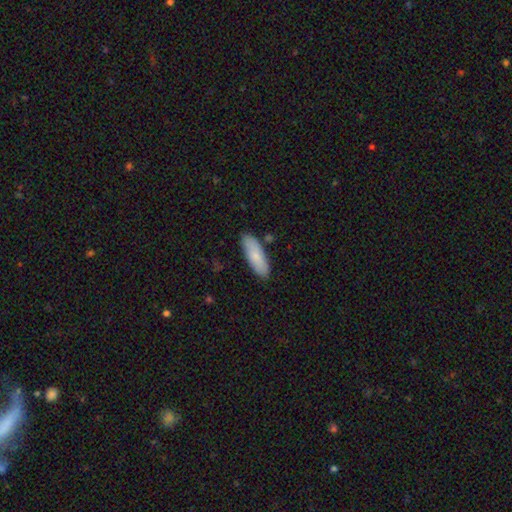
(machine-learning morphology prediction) This appears to be a smooth galaxy with no disk features (81%) that is in between round and cigar-shaped (60%). Merging: none (84%).